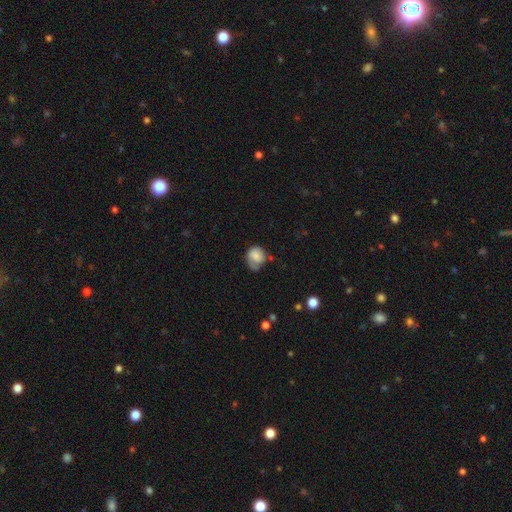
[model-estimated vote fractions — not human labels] smooth_or_featured: smooth (p=0.65) [alt: featured or disk p=0.27]
how_rounded: round (p=0.60) [alt: in between p=0.39]
merging: none (p=0.38) [alt: minor disturbance p=0.34]